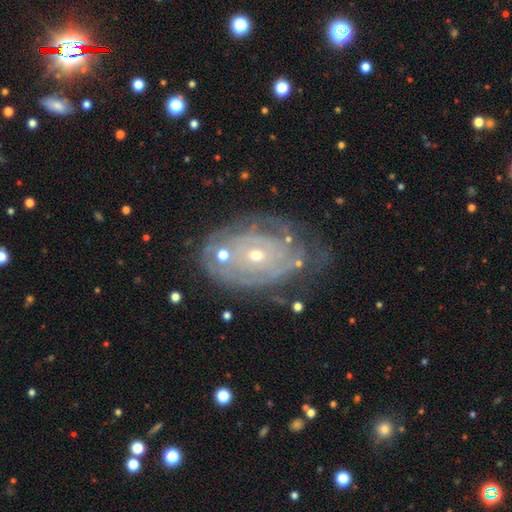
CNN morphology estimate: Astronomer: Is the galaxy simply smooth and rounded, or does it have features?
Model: featured or disk — 80%.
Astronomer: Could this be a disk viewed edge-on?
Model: no — 95%.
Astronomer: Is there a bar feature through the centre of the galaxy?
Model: no — 83%.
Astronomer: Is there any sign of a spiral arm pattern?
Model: yes — 77%.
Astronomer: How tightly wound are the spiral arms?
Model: tight — 79%.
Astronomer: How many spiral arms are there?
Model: can't tell — 58%.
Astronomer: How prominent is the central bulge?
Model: small — 63%.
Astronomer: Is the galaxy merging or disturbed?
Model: none — 59%.